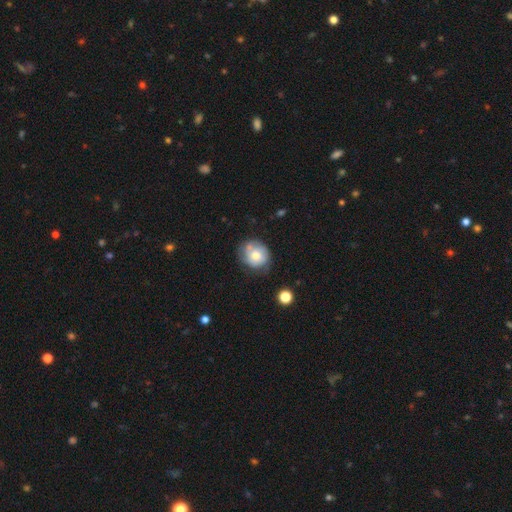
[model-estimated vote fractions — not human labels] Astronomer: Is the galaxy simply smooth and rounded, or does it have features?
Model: smooth — 58% (runner-up: featured or disk, 34%).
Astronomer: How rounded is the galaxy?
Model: round — 78%.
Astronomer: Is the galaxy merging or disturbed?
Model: none — 58%.